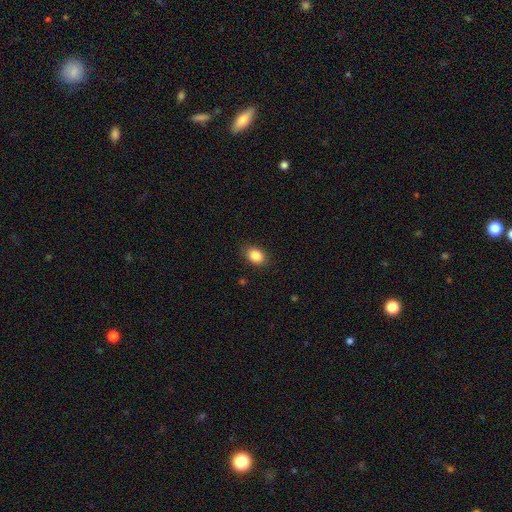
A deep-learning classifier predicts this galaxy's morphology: smooth-or-featured: smooth: 86% | star or artifact: 9% | featured or disk: 5%
  how-rounded: in between: 73% | round: 26% | cigar-shaped: 1%
  merging: none: 87% | minor disturbance: 10% | major disturbance: 2% | merger: 1%